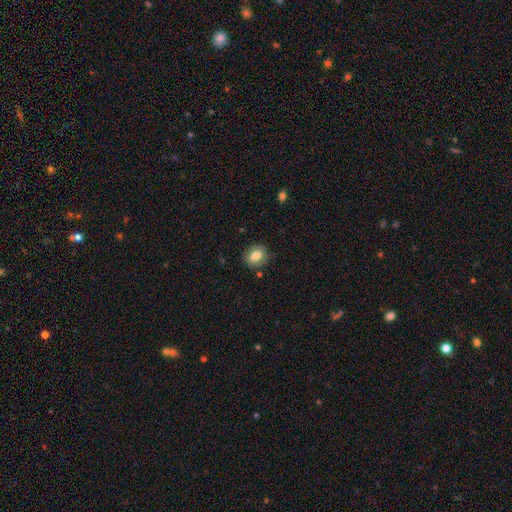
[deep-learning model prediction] Smooth or featured?
  - smooth: 79% *
  - featured or disk: 13%
  - star or artifact: 9%
How rounded?
  - round: 60% *
  - in between: 39%
  - cigar-shaped: 1%
Merging?
  - none: 83% *
  - minor disturbance: 12%
  - major disturbance: 3%
  - merger: 2%